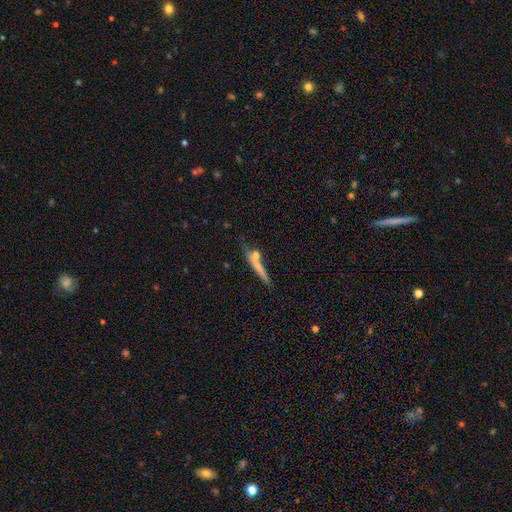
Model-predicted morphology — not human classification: Smooth or featured? Predicted: smooth (p=0.58). How rounded? Predicted: cigar-shaped (p=0.79). Merging? Predicted: none (p=0.61).